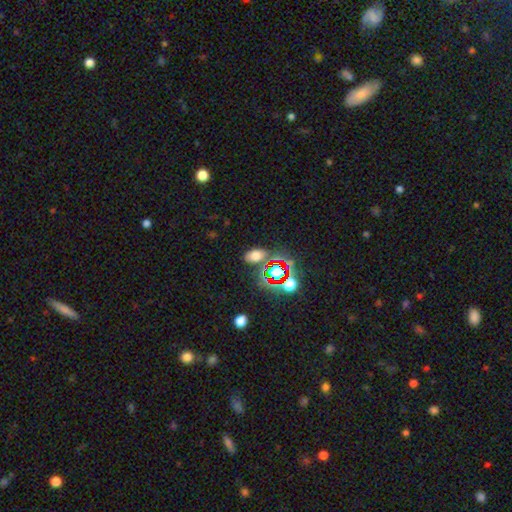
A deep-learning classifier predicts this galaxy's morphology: Smooth or featured? smooth (63%)
How rounded? in between (86%)
Merging? none (72%)